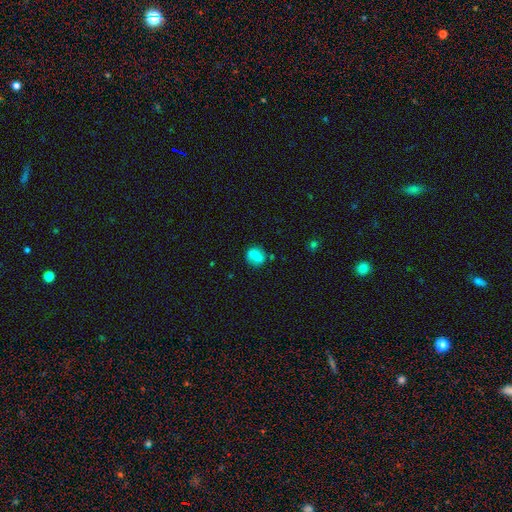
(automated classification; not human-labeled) The model was most divided on "how rounded": round: 55%, in between: 42%, cigar-shaped: 3%. More confident: merging — none (72%); smooth or featured — smooth (70%).